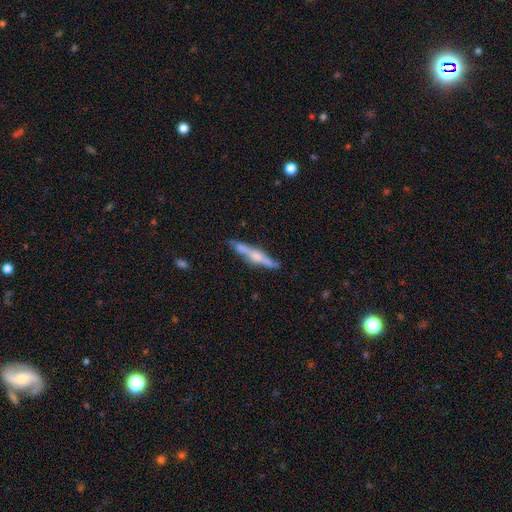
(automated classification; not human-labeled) Q: Smooth or featured?
A: featured or disk (64%); runner-up: smooth (30%)
Q: Edge-on disk?
A: yes (94%); runner-up: no (6%)
Q: Edge-on bulge?
A: rounded (74%); runner-up: boxy (14%)
Q: Merging?
A: none (80%); runner-up: minor disturbance (14%)